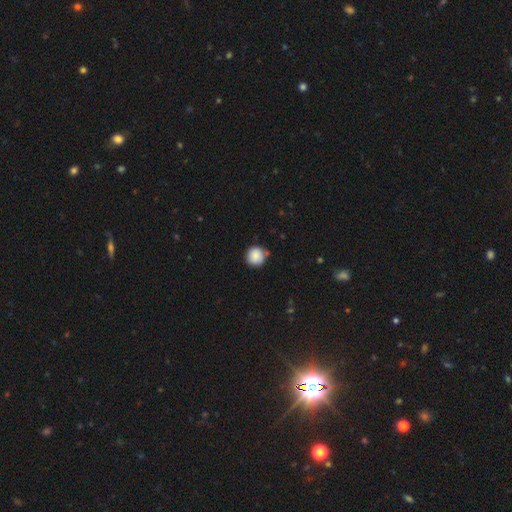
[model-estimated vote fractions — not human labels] The model was most divided on "merging": none: 81%, minor disturbance: 13%, merger: 3%, major disturbance: 3%. More confident: how rounded — round (95%); smooth or featured — smooth (87%).